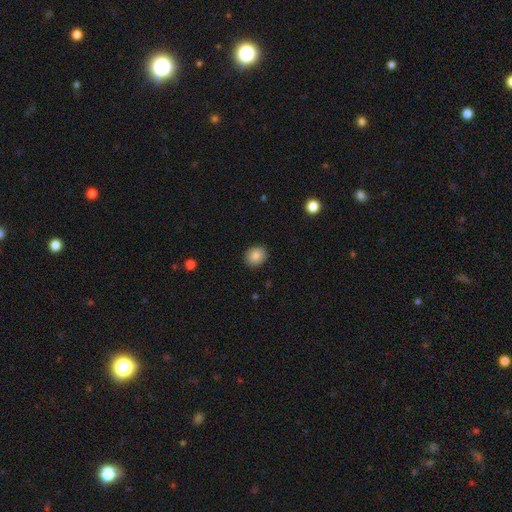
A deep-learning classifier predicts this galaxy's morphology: smooth-or-featured: smooth: 87% | star or artifact: 9% | featured or disk: 4%
  how-rounded: round: 69% | in between: 31% | cigar-shaped: 1%
  merging: none: 90% | minor disturbance: 7% | major disturbance: 2% | merger: 1%